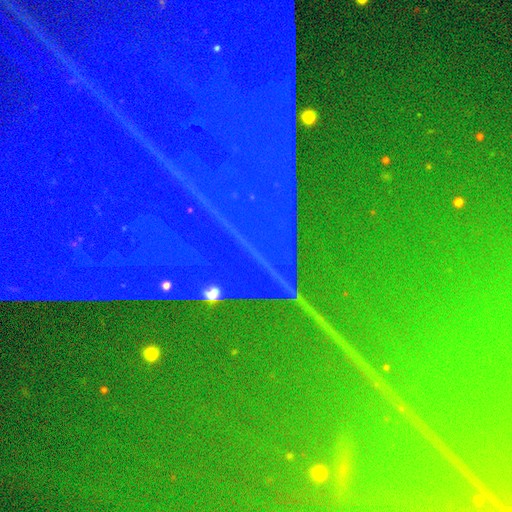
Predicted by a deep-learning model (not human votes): The model was most divided on "smooth or featured": star or artifact: 90%, featured or disk: 5%, smooth: 4%.